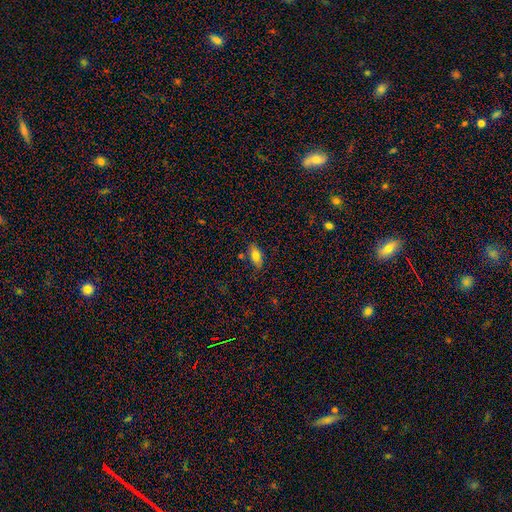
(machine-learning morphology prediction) Q: Smooth or featured?
A: smooth (80%); runner-up: featured or disk (12%)
Q: How rounded?
A: in between (87%); runner-up: cigar-shaped (9%)
Q: Merging?
A: none (79%); runner-up: minor disturbance (14%)